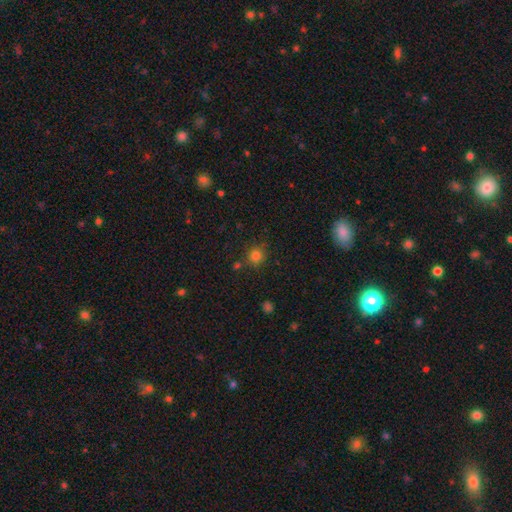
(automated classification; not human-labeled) This appears to be a smooth galaxy with no disk features (81%) that is round (88%). Merging: none (80%).